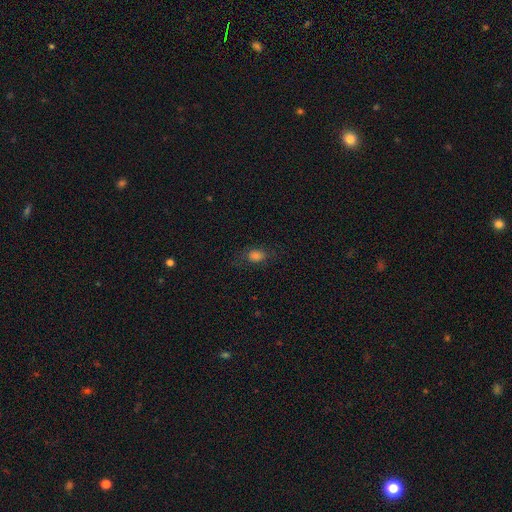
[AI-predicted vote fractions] smooth-or-featured: smooth: 70% | star or artifact: 19% | featured or disk: 10%
  how-rounded: in between: 69% | round: 27% | cigar-shaped: 4%
  merging: none: 73% | minor disturbance: 17% | major disturbance: 9% | merger: 1%